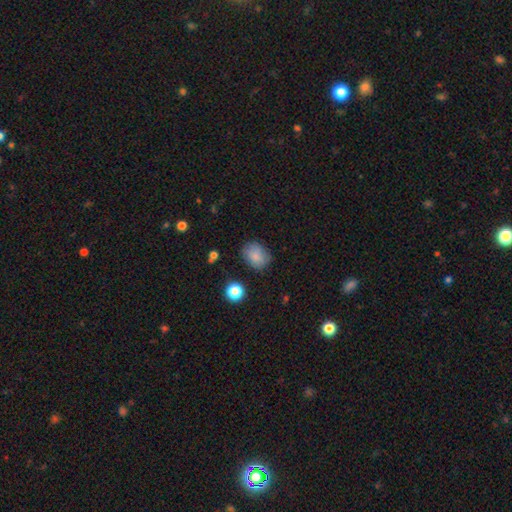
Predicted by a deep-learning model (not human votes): A smooth galaxy with no disk features (83%) that is in between round and cigar-shaped (61%). Merging: none (76%).